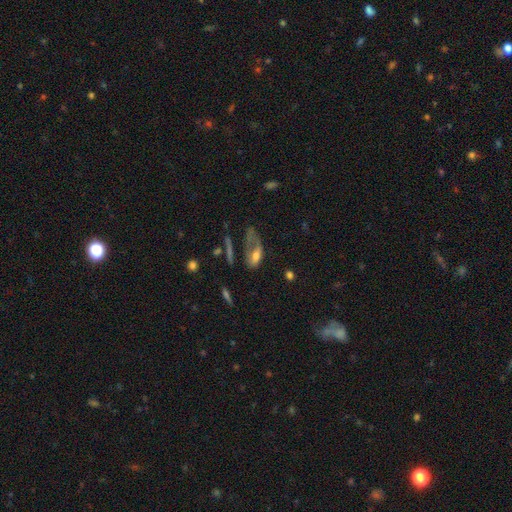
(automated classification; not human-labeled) A smooth galaxy with no disk features (58%) that is in between round and cigar-shaped (80%).

Vote fractions:
- Smooth or featured? smooth: 58% / featured or disk: 31% / star or artifact: 11%
- How rounded? in between: 80% / cigar-shaped: 13% / round: 7%
- Merging? major disturbance: 55% / none: 19% / minor disturbance: 19% / merger: 8%